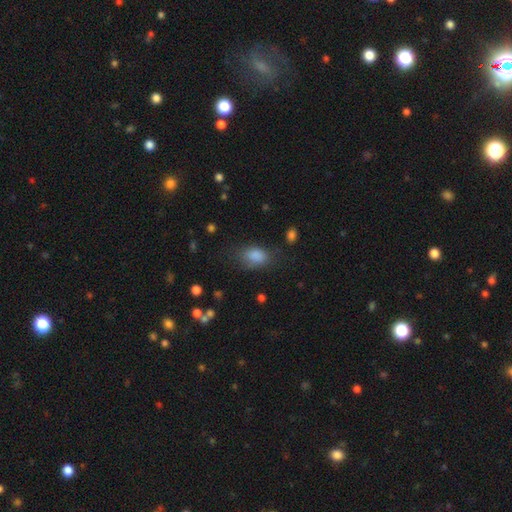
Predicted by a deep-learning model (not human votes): A smooth galaxy with no disk features (85%) that is in between round and cigar-shaped (86%). Merging: none (61%).